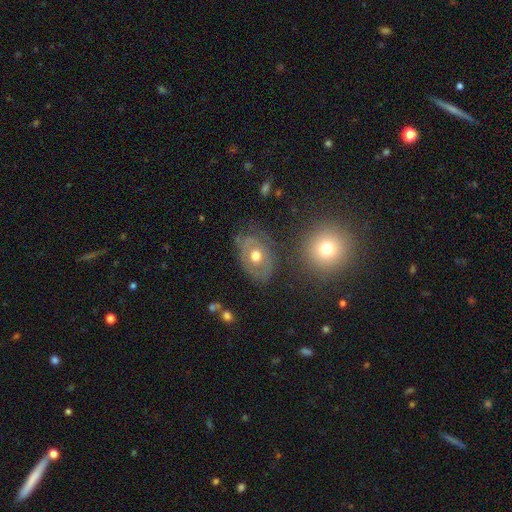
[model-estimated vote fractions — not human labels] featured or disk 55%, smooth 35%, star or artifact 9%. Down the decision tree: edge-on disk — no (94%); bar — no (87%); spiral arms — no (64%); bulge size — moderate (77%); merging — none (70%).